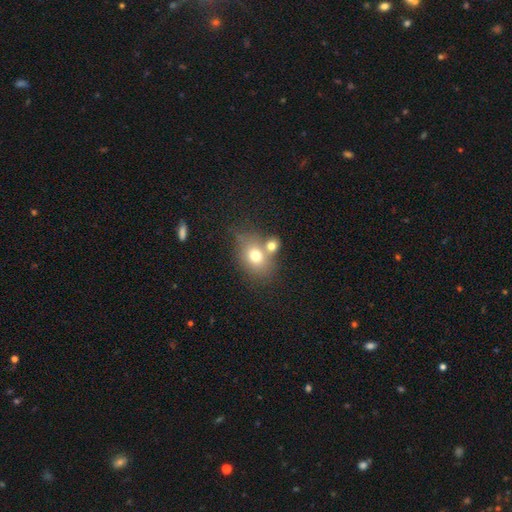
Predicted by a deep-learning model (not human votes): Morphology: type=smooth (71%); roundness=in between (60%); merging=none (45%).